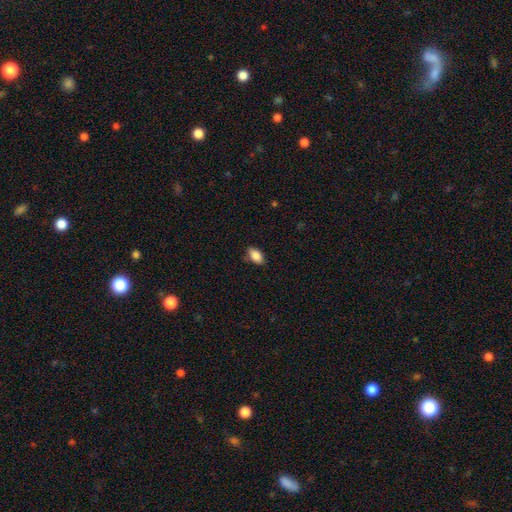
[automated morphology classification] Q: Smooth or featured?
A: smooth (87%); runner-up: star or artifact (8%)
Q: How rounded?
A: in between (92%); runner-up: round (5%)
Q: Merging?
A: none (81%); runner-up: minor disturbance (15%)